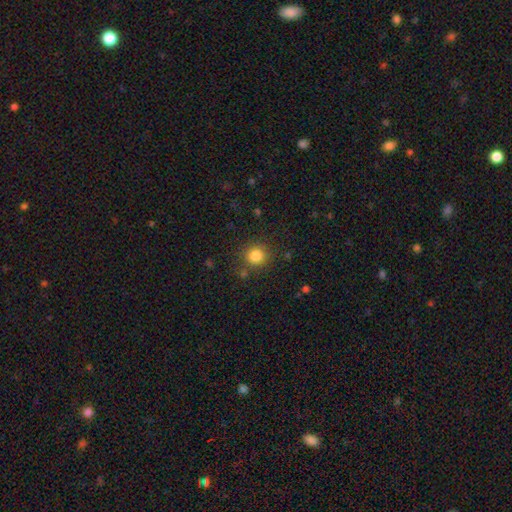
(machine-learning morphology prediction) This is clearly a smooth galaxy (82%). How rounded: clearly round (91%). Merging: clearly none (85%).